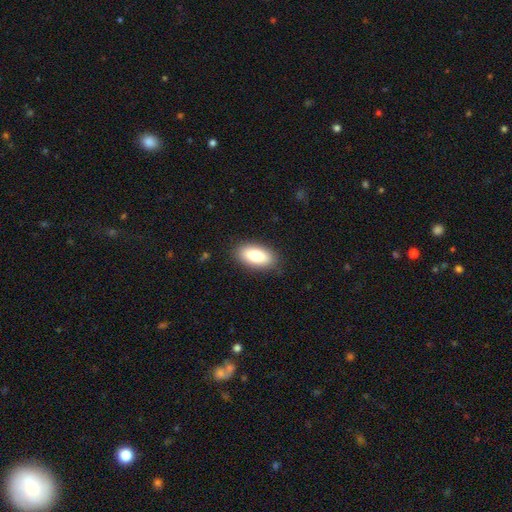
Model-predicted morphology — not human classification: Smooth or featured: smooth — 84% (featured or disk — 9%)
How rounded: in between — 90% (cigar-shaped — 7%)
Merging: none — 86% (minor disturbance — 10%)